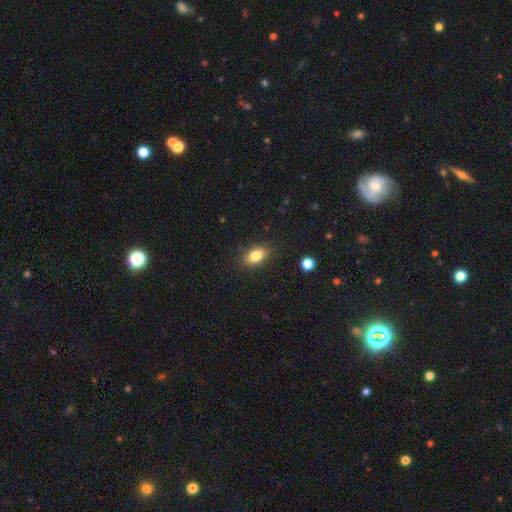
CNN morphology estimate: type=smooth (83%); roundness=in between (87%); merging=none (86%).